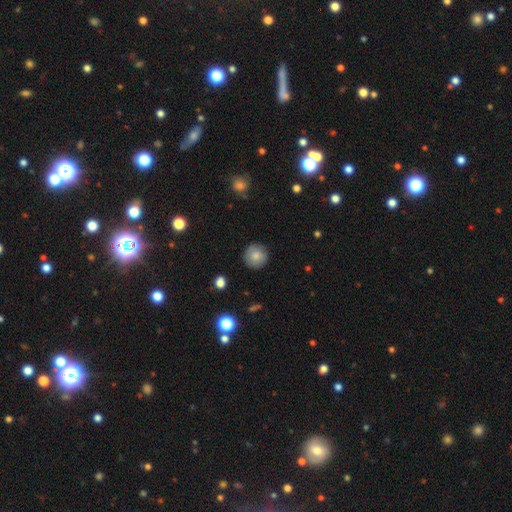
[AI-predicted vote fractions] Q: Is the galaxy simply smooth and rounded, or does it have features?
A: smooth — 80%.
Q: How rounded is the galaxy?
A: round — 94%.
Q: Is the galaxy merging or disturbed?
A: none — 88%.